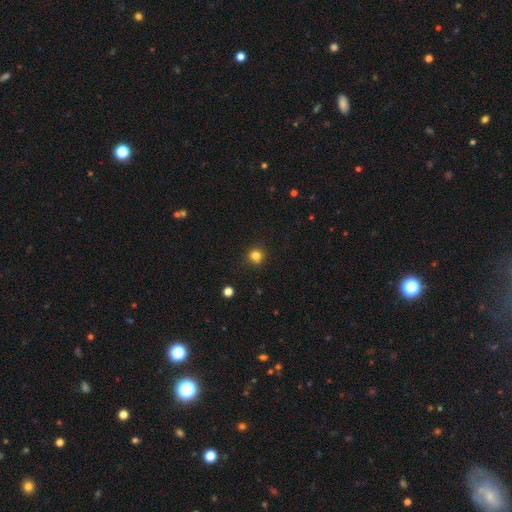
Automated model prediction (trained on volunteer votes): The model was most divided on "smooth or featured": smooth: 81%, star or artifact: 14%, featured or disk: 5%. More confident: how rounded — round (91%); merging — none (86%).